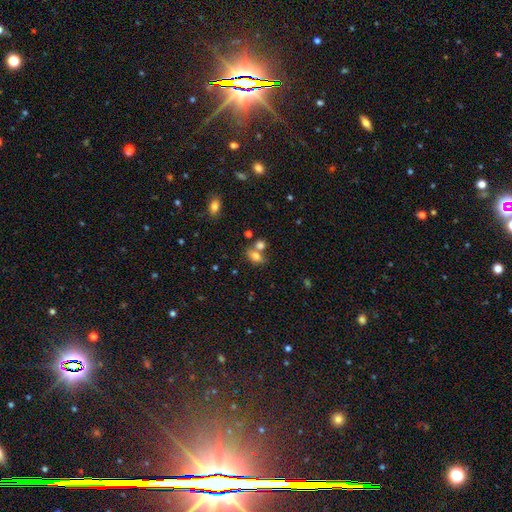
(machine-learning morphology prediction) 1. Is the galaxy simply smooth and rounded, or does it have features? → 74% smooth, 14% featured or disk, 12% star or artifact.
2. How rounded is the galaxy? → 78% in between, 15% round, 7% cigar-shaped.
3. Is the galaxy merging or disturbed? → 47% none, 35% merger, 12% minor disturbance, 5% major disturbance.